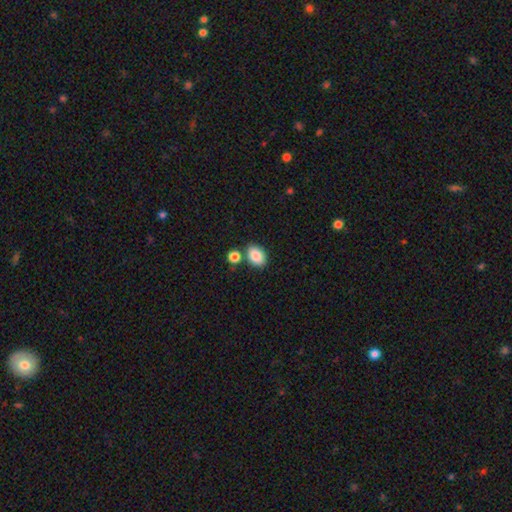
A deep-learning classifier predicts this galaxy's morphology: A smooth galaxy with no disk features (86%) that is in between round and cigar-shaped (78%). Merging: none (73%).